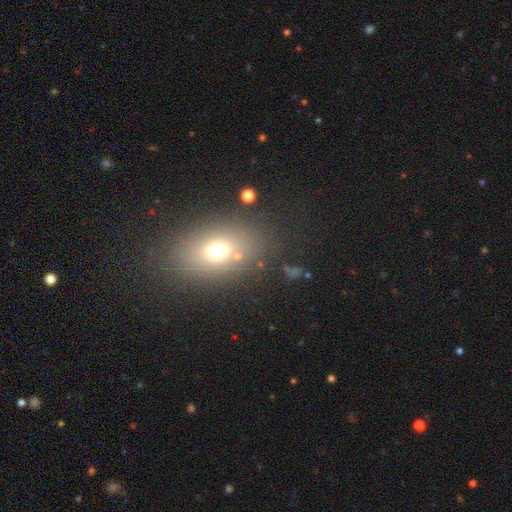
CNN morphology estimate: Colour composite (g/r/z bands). It shows a smooth galaxy with no disk features (64%) that is in between round and cigar-shaped (72%). Merging: none (81%).